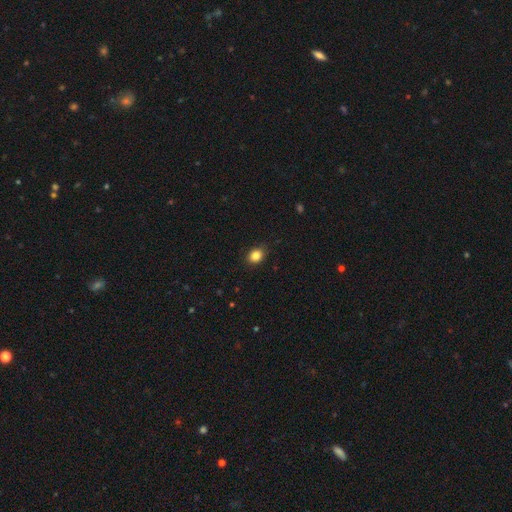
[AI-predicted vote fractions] smooth_or_featured: smooth (p=0.85) [alt: star or artifact p=0.10]
how_rounded: round (p=0.55) [alt: in between p=0.44]
merging: none (p=0.86) [alt: minor disturbance p=0.10]